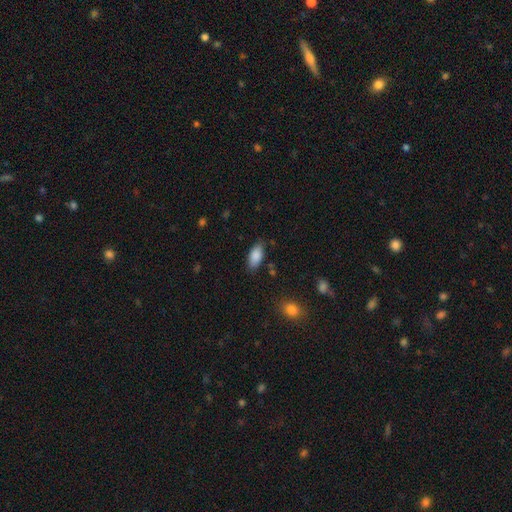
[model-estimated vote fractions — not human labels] smooth-or-featured: smooth: 87% | star or artifact: 7% | featured or disk: 6%
  how-rounded: in between: 90% | cigar-shaped: 7% | round: 2%
  merging: none: 81% | minor disturbance: 14% | major disturbance: 3% | merger: 2%